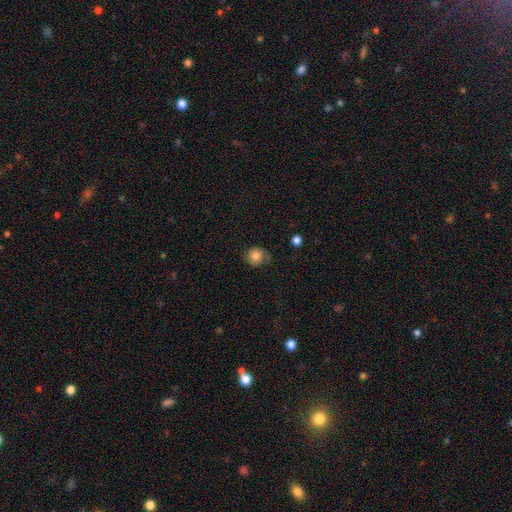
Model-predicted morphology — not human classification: smooth 79%, featured or disk 13%, star or artifact 9%. Down the decision tree: how rounded — round (80%); merging — none (58%).